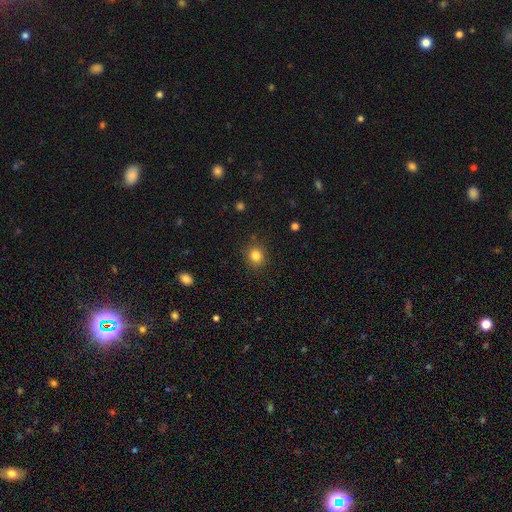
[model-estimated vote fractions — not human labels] Morphology: type=smooth (83%); roundness=round (85%); merging=none (87%).